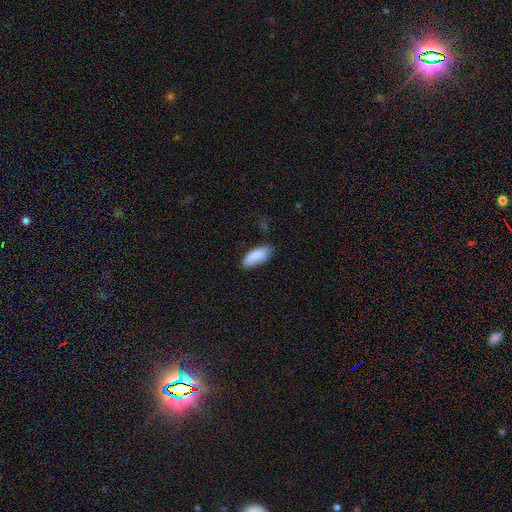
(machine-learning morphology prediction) Smooth or featured: smooth — 88% (star or artifact — 6%)
How rounded: in between — 84% (cigar-shaped — 15%)
Merging: none — 72% (minor disturbance — 21%)